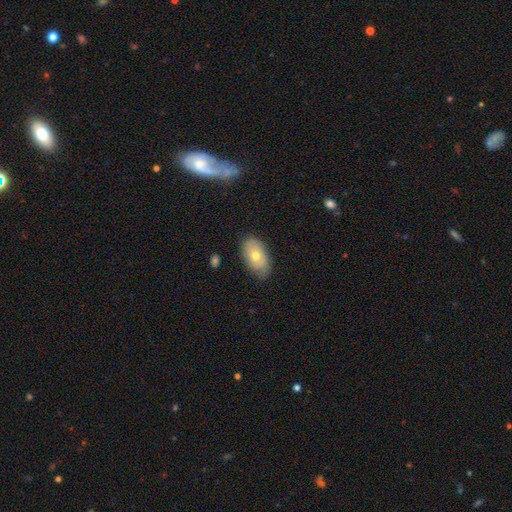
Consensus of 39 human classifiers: Smooth or featured? smooth (67%)
How rounded? in between (88%)
Merging? none (77%)